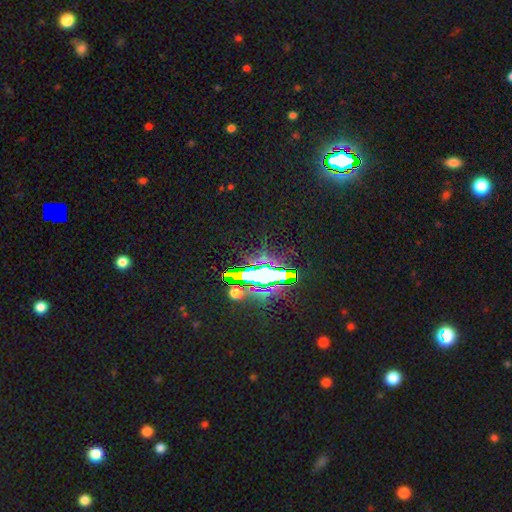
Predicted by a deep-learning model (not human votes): Smooth or featured: star or artifact — 75% (featured or disk — 13%)